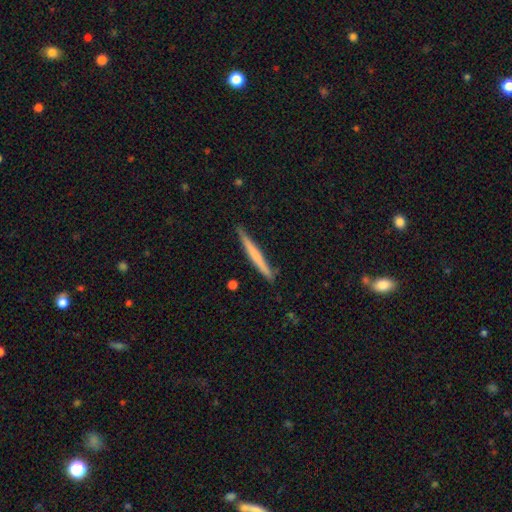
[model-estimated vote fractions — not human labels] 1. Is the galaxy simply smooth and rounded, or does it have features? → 57% smooth, 38% featured or disk, 5% star or artifact.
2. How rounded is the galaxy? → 97% cigar-shaped, 2% in between, 1% round.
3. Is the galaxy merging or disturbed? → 88% none, 9% minor disturbance, 2% major disturbance, 1% merger.